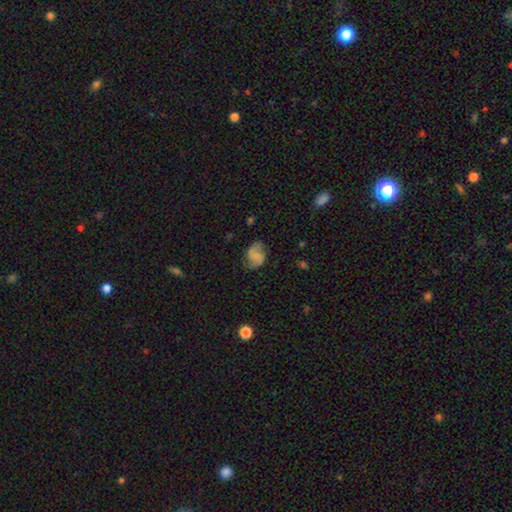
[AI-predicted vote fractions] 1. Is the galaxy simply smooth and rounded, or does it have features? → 62% featured or disk, 29% smooth, 9% star or artifact.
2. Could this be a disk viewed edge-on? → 98% no, 2% yes.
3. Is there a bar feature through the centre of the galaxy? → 43% no, 40% weak, 17% strong.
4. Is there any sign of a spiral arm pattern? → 91% yes, 9% no.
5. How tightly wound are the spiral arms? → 51% loose, 37% medium, 13% tight.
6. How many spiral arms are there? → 89% 2, 5% can't tell, 4% 1, 1% 3, 1% 4, 1% more than 4.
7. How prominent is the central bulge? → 66% none, 18% small, 10% moderate, 4% large, 2% dominant.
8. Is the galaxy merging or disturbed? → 69% none, 20% minor disturbance, 9% major disturbance, 2% merger.